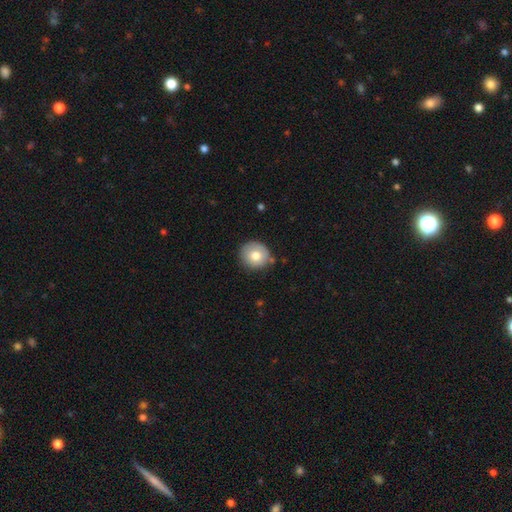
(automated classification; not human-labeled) Smooth or featured: smooth — 75% (featured or disk — 16%)
How rounded: round — 91% (in between — 9%)
Merging: none — 79% (minor disturbance — 14%)